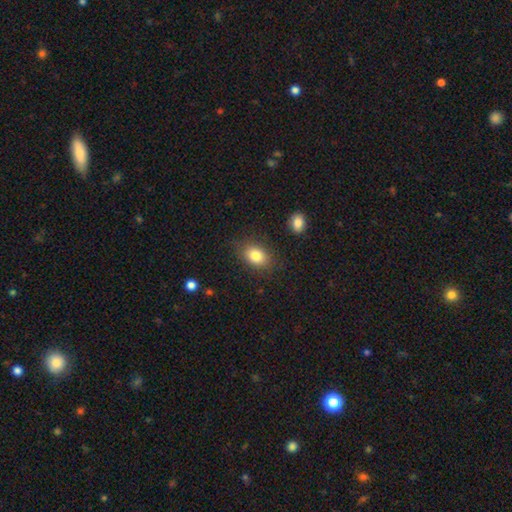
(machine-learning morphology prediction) Smooth or featured: smooth — 83% (star or artifact — 9%)
How rounded: in between — 71% (round — 27%)
Merging: none — 82% (minor disturbance — 12%)